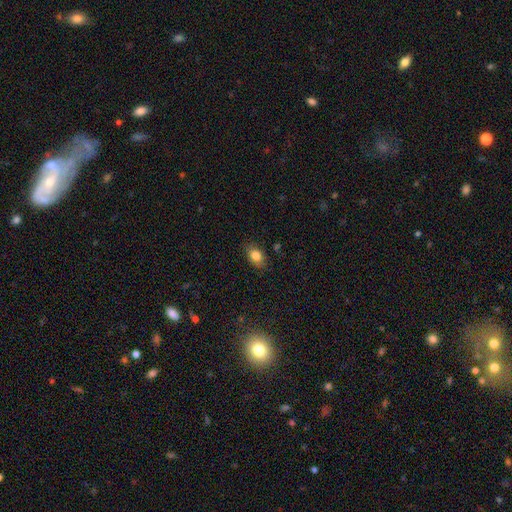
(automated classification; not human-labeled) smooth-or-featured: smooth: 82% | star or artifact: 9% | featured or disk: 9%
  how-rounded: in between: 83% | round: 15% | cigar-shaped: 2%
  merging: none: 82% | minor disturbance: 14% | major disturbance: 3% | merger: 1%